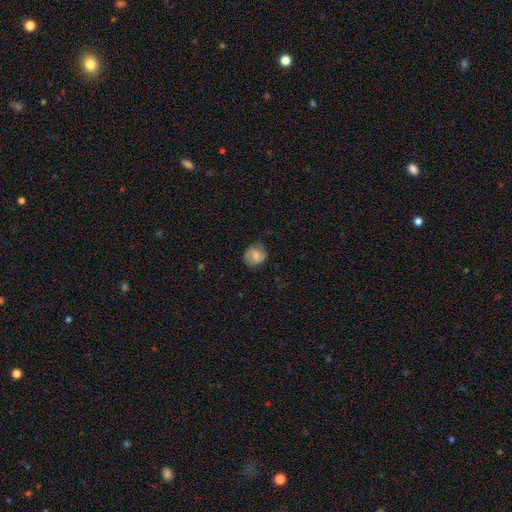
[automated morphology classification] A smooth galaxy with no disk features (59%) that is round (72%).

Vote fractions:
- Smooth or featured? smooth: 59% / featured or disk: 33% / star or artifact: 8%
- How rounded? round: 72% / in between: 27% / cigar-shaped: 1%
- Merging? none: 73% / minor disturbance: 20% / major disturbance: 6% / merger: 1%